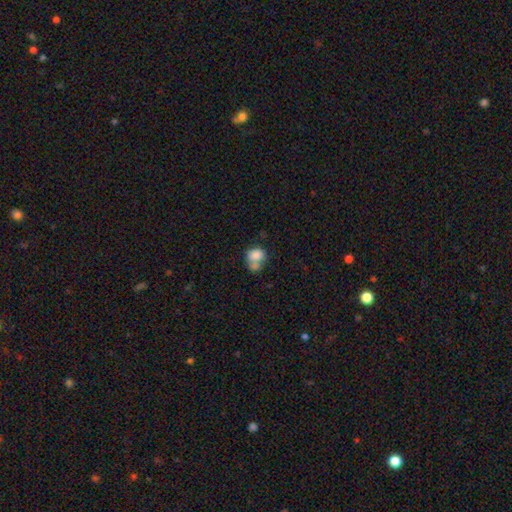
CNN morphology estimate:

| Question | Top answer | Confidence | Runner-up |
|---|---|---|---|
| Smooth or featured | smooth | 80% | featured or disk (11%) |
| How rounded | round | 53% | in between (46%) |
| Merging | merger | 52% | none (27%) |